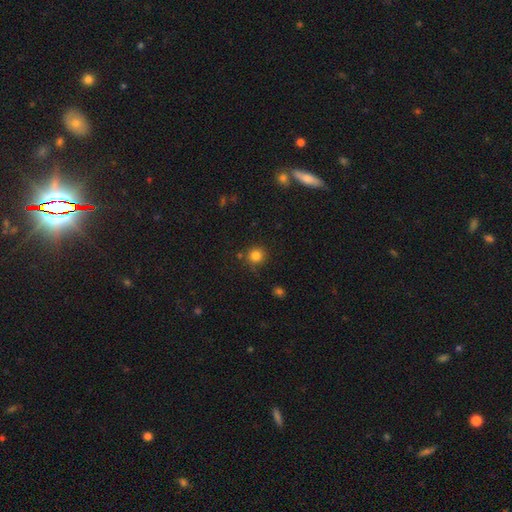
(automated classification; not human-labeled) smooth-or-featured: smooth: 82% | star or artifact: 13% | featured or disk: 5%
  how-rounded: round: 93% | in between: 6% | cigar-shaped: 1%
  merging: none: 83% | minor disturbance: 10% | merger: 5% | major disturbance: 3%